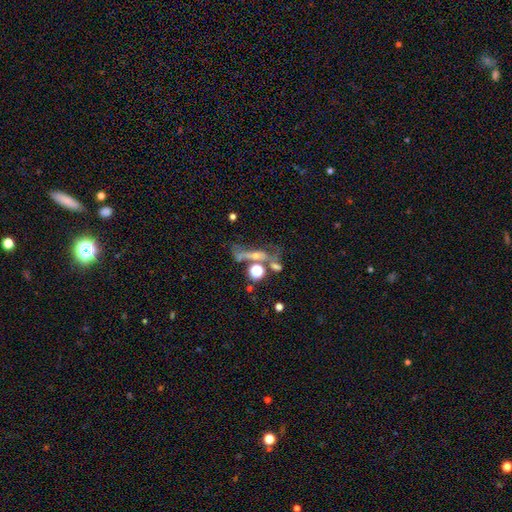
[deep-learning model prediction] Smooth or featured? Predicted: featured or disk (p=0.42). Merging? Predicted: none (p=0.35).